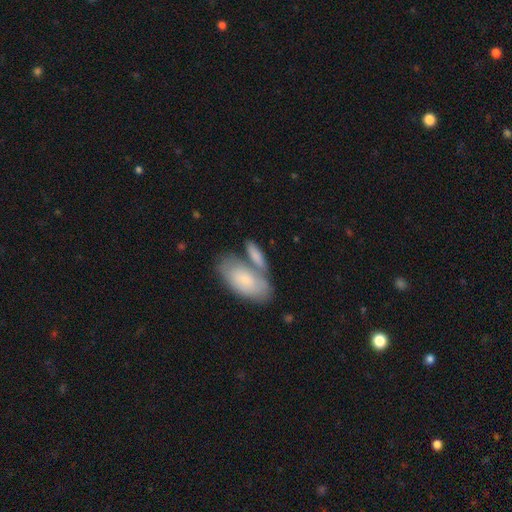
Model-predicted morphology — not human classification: Smooth or featured? smooth (74%)
How rounded? in between (76%)
Merging? none (41%)